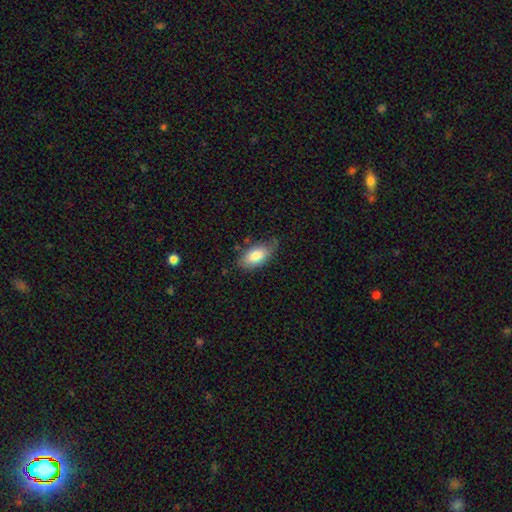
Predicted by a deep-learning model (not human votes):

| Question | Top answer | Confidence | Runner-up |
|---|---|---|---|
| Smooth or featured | smooth | 80% | featured or disk (13%) |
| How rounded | in between | 92% | cigar-shaped (5%) |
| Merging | none | 67% | minor disturbance (26%) |